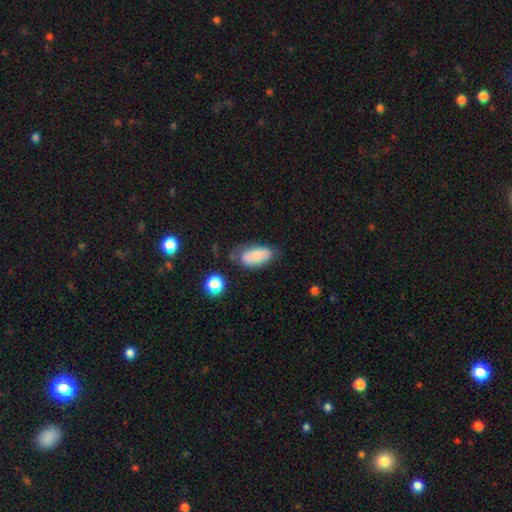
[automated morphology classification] Q: Smooth or featured?
A: smooth (79%); runner-up: featured or disk (13%)
Q: How rounded?
A: in between (90%); runner-up: cigar-shaped (7%)
Q: Merging?
A: none (59%); runner-up: minor disturbance (27%)